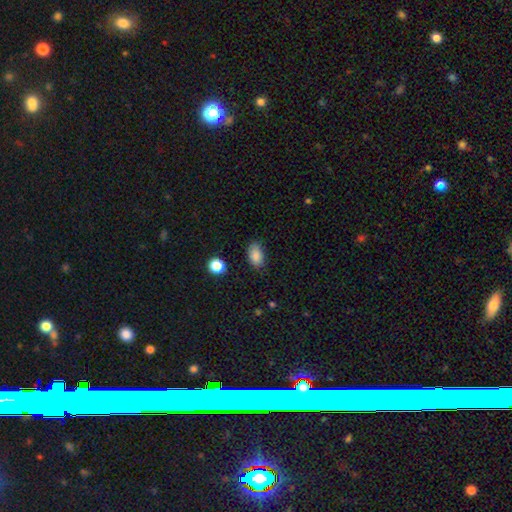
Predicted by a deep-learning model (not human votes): Q: Smooth or featured?
A: smooth (86%); runner-up: star or artifact (9%)
Q: How rounded?
A: in between (88%); runner-up: round (10%)
Q: Merging?
A: none (77%); runner-up: minor disturbance (18%)